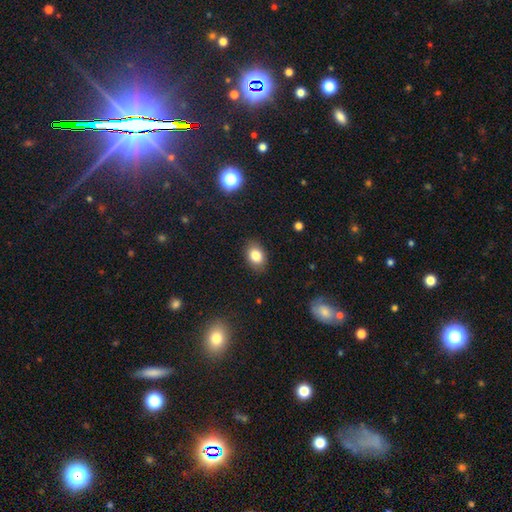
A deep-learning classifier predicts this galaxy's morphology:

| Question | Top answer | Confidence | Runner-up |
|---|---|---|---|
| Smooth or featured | smooth | 83% | star or artifact (10%) |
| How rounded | in between | 73% | round (26%) |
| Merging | none | 87% | minor disturbance (9%) |